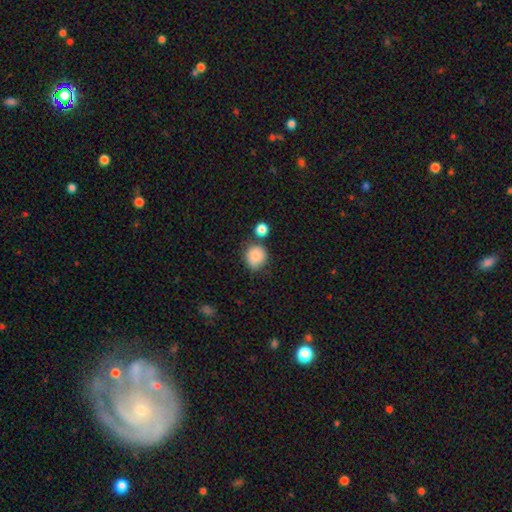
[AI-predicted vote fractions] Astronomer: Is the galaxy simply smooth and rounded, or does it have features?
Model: smooth — 85%.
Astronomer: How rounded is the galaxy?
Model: round — 79%.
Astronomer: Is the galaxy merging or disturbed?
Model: none — 68%.